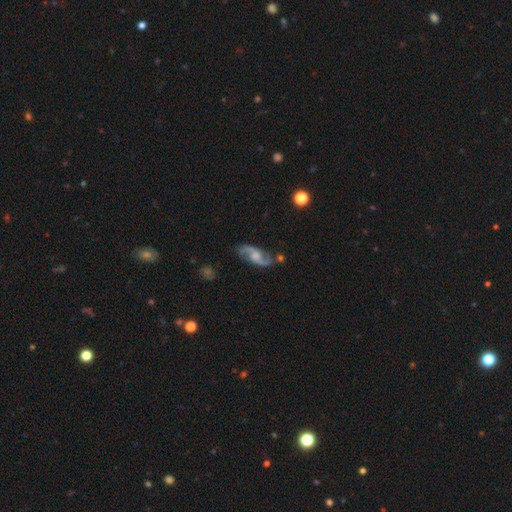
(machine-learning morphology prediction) featured or disk 88%, smooth 7%, star or artifact 5%. Down the decision tree: edge-on disk — no (96%); bar — no (48%); spiral arms — yes (97%); spiral arm count — 2 (94%); spiral winding — loose (57%); bulge size — moderate (36%); merging — none (77%).